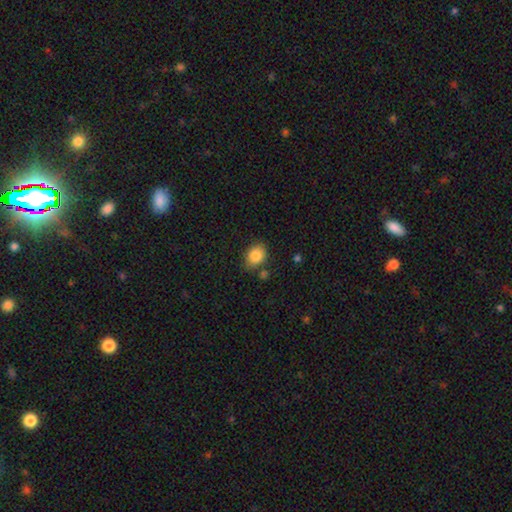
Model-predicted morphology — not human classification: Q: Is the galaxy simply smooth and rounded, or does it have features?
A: smooth — 86%.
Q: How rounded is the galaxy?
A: in between — 55%.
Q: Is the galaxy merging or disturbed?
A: none — 73%.